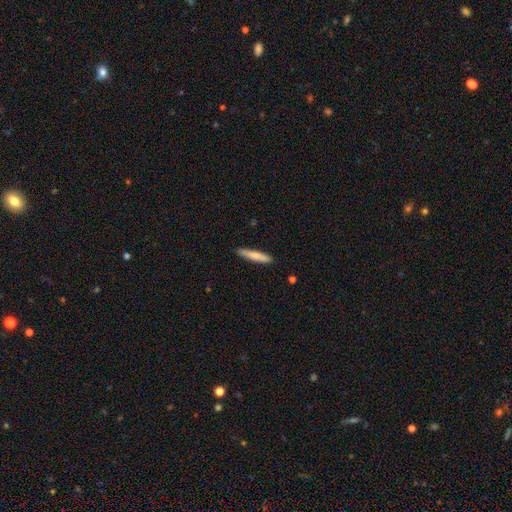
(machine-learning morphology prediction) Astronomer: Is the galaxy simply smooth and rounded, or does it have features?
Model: smooth — 72%.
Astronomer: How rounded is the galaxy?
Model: cigar-shaped — 90%.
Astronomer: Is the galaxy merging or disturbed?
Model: none — 88%.